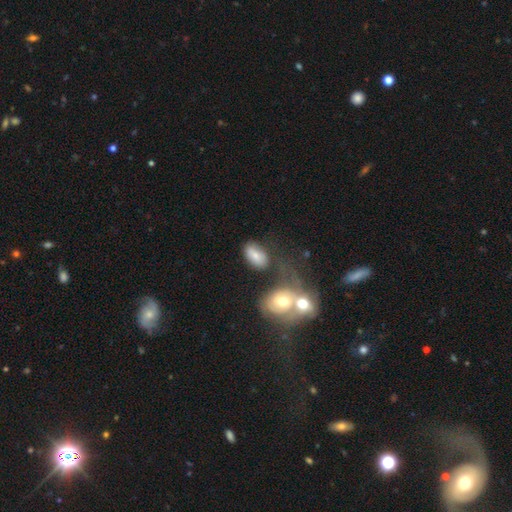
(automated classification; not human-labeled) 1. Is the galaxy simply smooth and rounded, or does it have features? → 70% smooth, 22% featured or disk, 9% star or artifact.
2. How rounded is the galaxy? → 89% in between, 9% round, 3% cigar-shaped.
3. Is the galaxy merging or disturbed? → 55% none, 19% merger, 18% minor disturbance, 9% major disturbance.